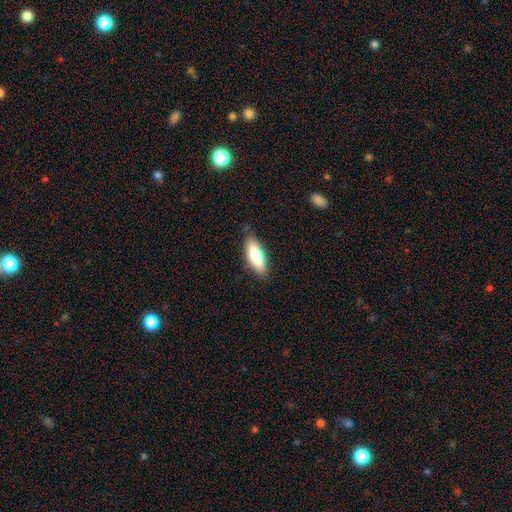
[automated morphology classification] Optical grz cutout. It shows a smooth galaxy with no disk features (72%) that is in between round and cigar-shaped (65%). Merging: none (84%).